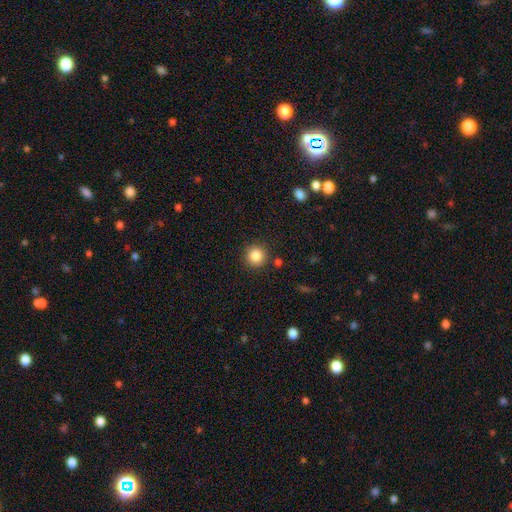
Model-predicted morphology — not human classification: smooth-or-featured: smooth: 85% | star or artifact: 10% | featured or disk: 4%
  how-rounded: round: 94% | in between: 5% | cigar-shaped: 1%
  merging: none: 88% | minor disturbance: 7% | merger: 3% | major disturbance: 2%